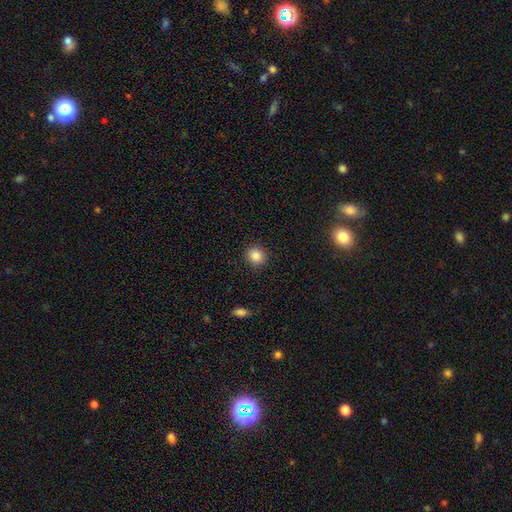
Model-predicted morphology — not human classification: type=smooth (86%); roundness=round (85%); merging=none (90%).